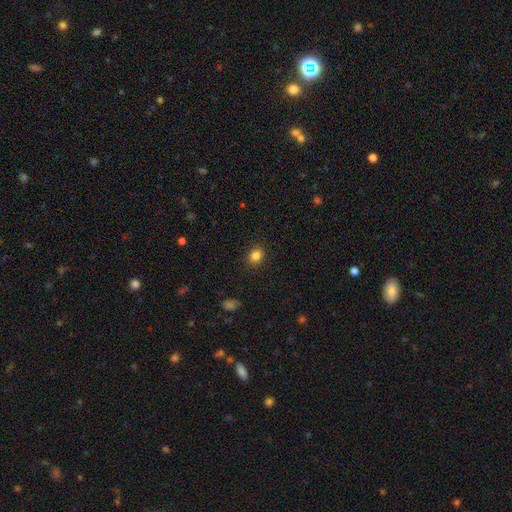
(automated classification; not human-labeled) Smooth or featured?
  - smooth: 83% *
  - star or artifact: 12%
  - featured or disk: 5%
How rounded?
  - round: 62% *
  - in between: 37%
  - cigar-shaped: 1%
Merging?
  - none: 89% *
  - minor disturbance: 8%
  - major disturbance: 2%
  - merger: 1%